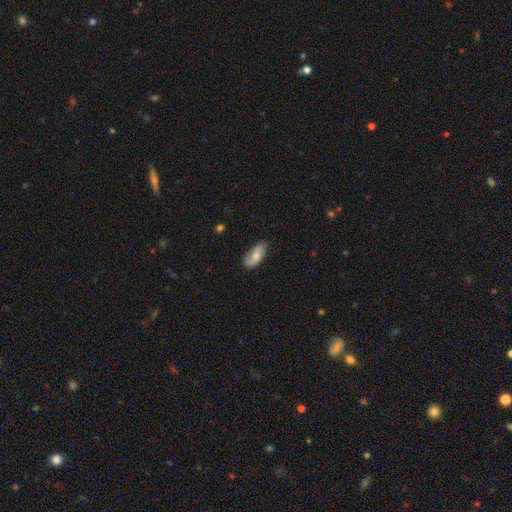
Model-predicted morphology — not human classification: A smooth galaxy with no disk features (62%) that is in between round and cigar-shaped (87%).

Vote fractions:
- Smooth or featured? smooth: 62% / featured or disk: 31% / star or artifact: 7%
- How rounded? in between: 87% / cigar-shaped: 10% / round: 3%
- Merging? none: 64% / minor disturbance: 28% / major disturbance: 6% / merger: 2%